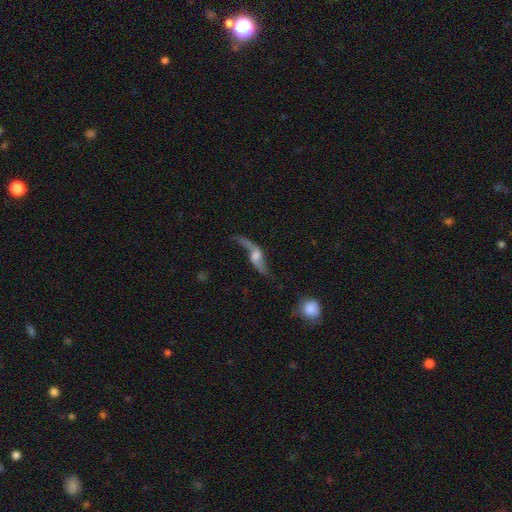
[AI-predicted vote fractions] Smooth or featured? featured or disk (79%)
Edge-on disk? no (77%)
Bar? no (53%)
Spiral arms? yes (90%)
Spiral winding? loose (92%)
Spiral arm count? 2 (88%)
Bulge size? moderate (42%)
Merging? none (51%)